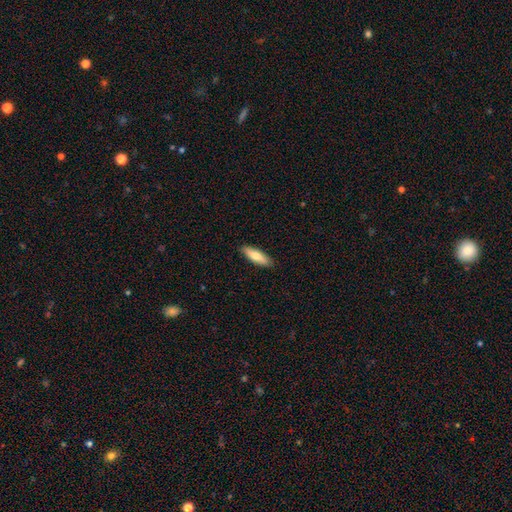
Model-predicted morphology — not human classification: smooth 75%, featured or disk 19%, star or artifact 6%. Down the decision tree: how rounded — cigar-shaped (52%); merging — none (89%).